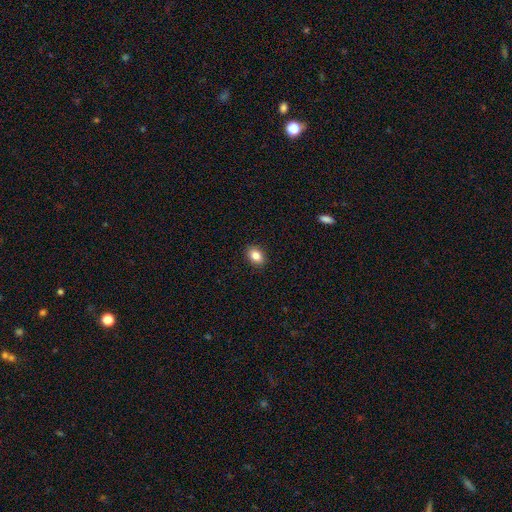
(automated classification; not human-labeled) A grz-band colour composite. It shows a smooth galaxy with no disk features (84%) that is in between round and cigar-shaped (76%). Merging: none (90%).